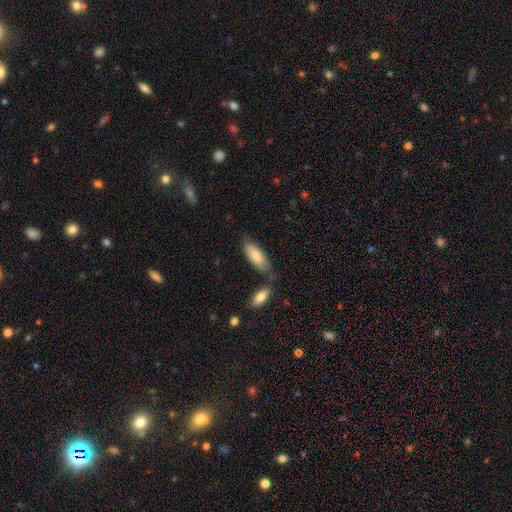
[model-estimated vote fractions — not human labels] Overall: smooth (83%). How rounded: in between (73%). Merging: none (64%).